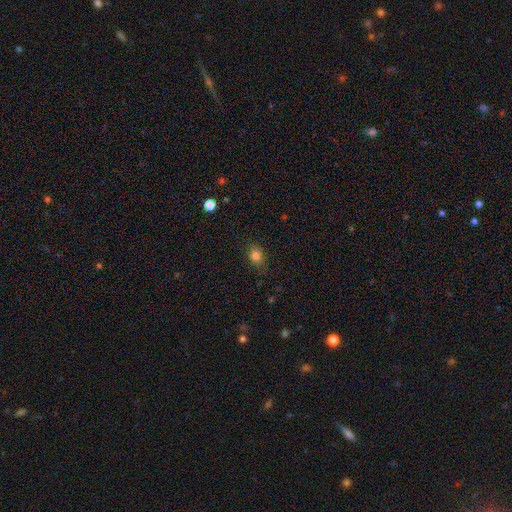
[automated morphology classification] Overall: smooth (81%). How rounded: in between (53%; round 45%). Merging: none (81%).